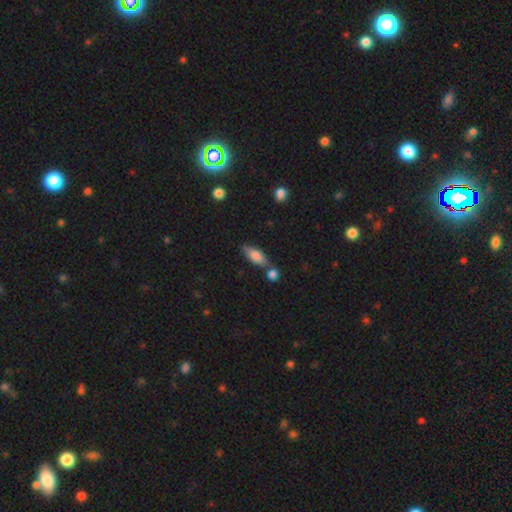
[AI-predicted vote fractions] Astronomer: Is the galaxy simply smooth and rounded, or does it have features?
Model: smooth — 77%.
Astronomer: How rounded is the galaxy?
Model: in between — 73%.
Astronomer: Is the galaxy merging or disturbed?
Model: none — 62%.